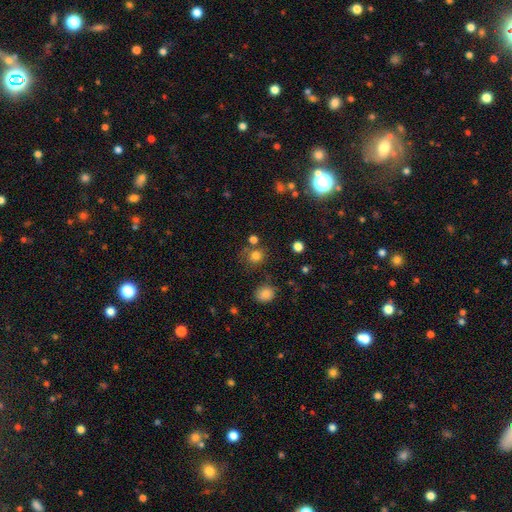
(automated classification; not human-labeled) Smooth or featured?
  - smooth: 78% *
  - star or artifact: 15%
  - featured or disk: 6%
How rounded?
  - round: 82% *
  - in between: 17%
  - cigar-shaped: 1%
Merging?
  - none: 68% *
  - minor disturbance: 13%
  - merger: 12%
  - major disturbance: 6%